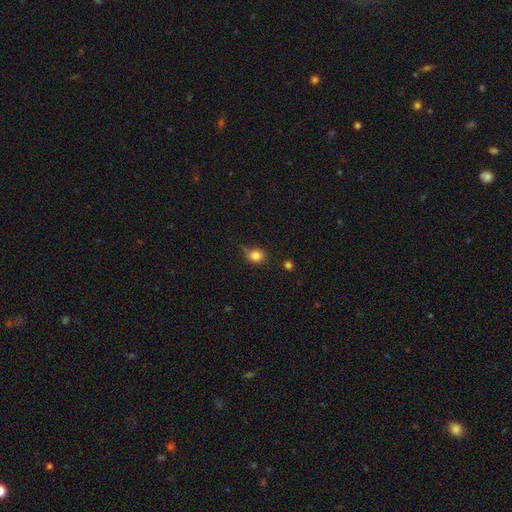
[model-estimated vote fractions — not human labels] Smooth or featured? Predicted: smooth (p=0.83). How rounded? Predicted: round (p=0.69). Merging? Predicted: none (p=0.64).